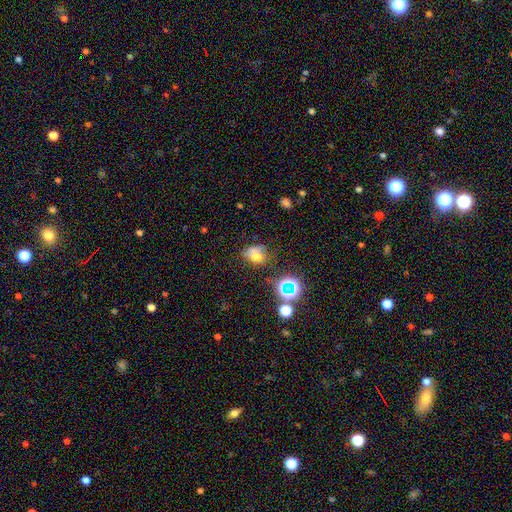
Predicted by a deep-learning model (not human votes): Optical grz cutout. It shows a smooth galaxy with no disk features (62%) that is in between round and cigar-shaped (60%). Merging: none (43%).